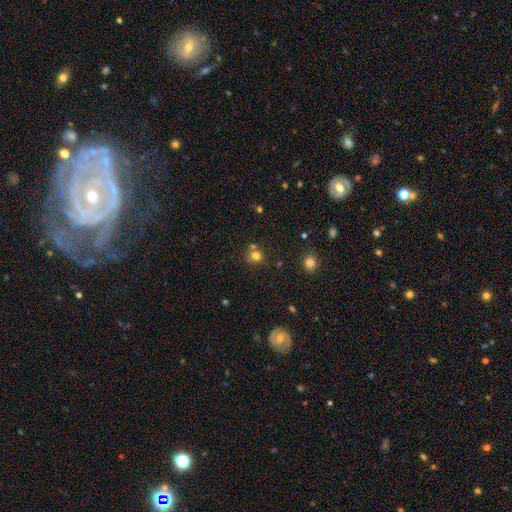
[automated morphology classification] Smooth or featured? smooth (74%)
How rounded? round (84%)
Merging? none (63%)